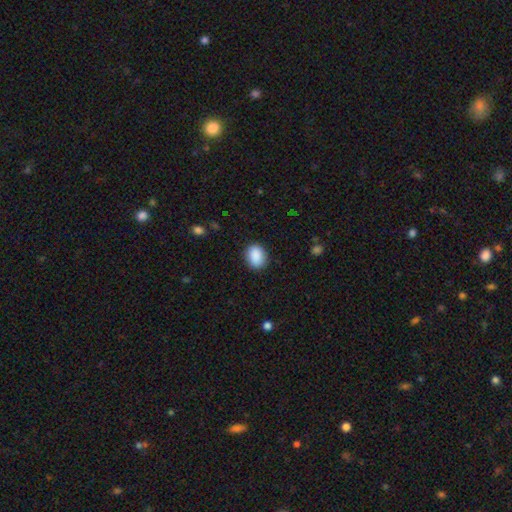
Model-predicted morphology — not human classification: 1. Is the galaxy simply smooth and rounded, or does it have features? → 90% smooth, 7% star or artifact, 3% featured or disk.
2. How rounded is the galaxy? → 59% in between, 40% round, 1% cigar-shaped.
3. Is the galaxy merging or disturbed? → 87% none, 9% minor disturbance, 2% major disturbance, 1% merger.